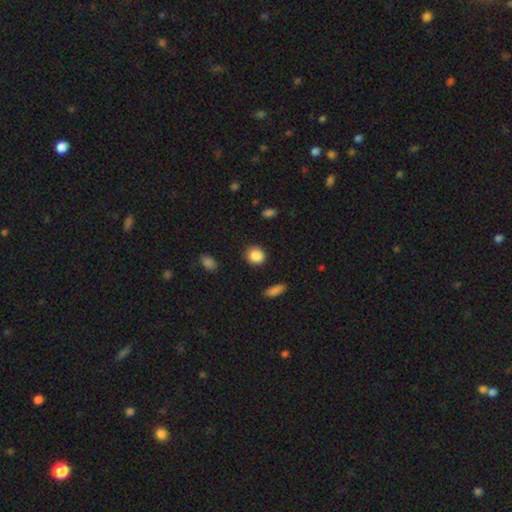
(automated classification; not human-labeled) Smooth or featured: smooth — 88% (star or artifact — 8%)
How rounded: round — 81% (in between — 18%)
Merging: none — 89% (minor disturbance — 7%)